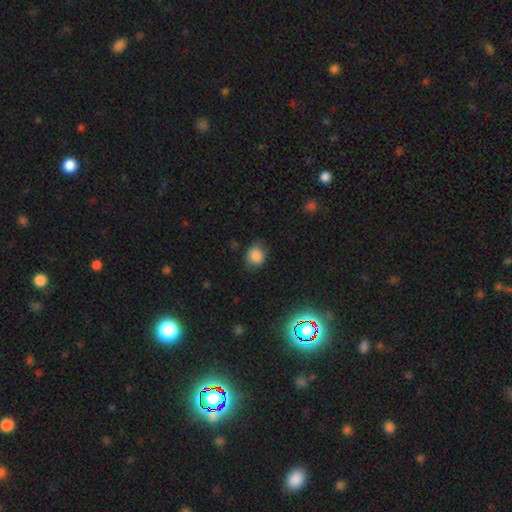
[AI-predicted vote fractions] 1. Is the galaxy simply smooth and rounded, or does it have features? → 83% smooth, 11% star or artifact, 7% featured or disk.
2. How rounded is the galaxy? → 52% round, 47% in between, 1% cigar-shaped.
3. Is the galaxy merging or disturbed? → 73% none, 21% minor disturbance, 5% major disturbance, 1% merger.